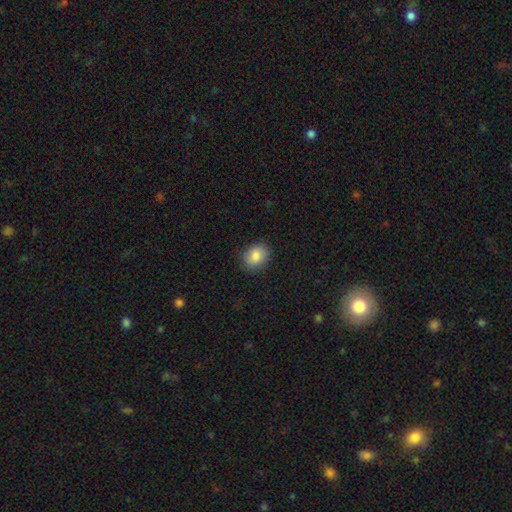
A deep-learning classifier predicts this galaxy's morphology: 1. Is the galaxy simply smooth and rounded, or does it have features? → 86% smooth, 8% star or artifact, 6% featured or disk.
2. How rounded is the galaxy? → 62% in between, 37% round, 1% cigar-shaped.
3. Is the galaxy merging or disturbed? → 86% none, 10% minor disturbance, 3% major disturbance, 1% merger.